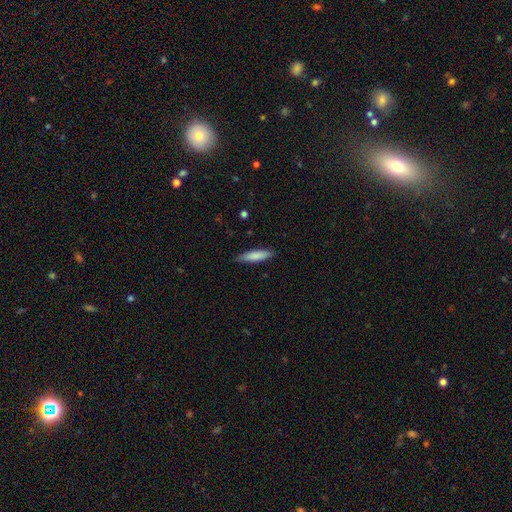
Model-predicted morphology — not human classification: A smooth galaxy with no disk features (82%) that is cigar-shaped (79%). Merging: none (85%).